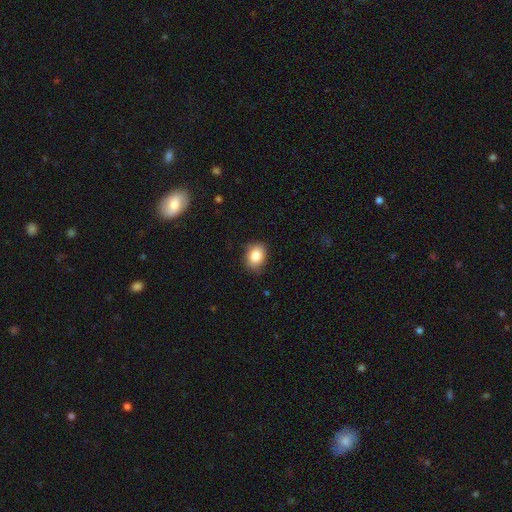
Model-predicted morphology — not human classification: This is clearly a smooth galaxy (85%). How rounded: possibly in between (57%). Merging: likely none (80%).